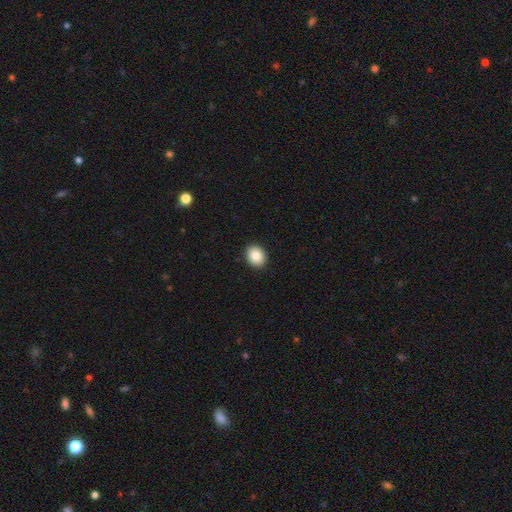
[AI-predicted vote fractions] Smooth or featured?
  - smooth: 85% *
  - star or artifact: 8%
  - featured or disk: 7%
How rounded?
  - round: 51% *
  - in between: 49%
  - cigar-shaped: 1%
Merging?
  - none: 92% *
  - minor disturbance: 6%
  - major disturbance: 2%
  - merger: 1%